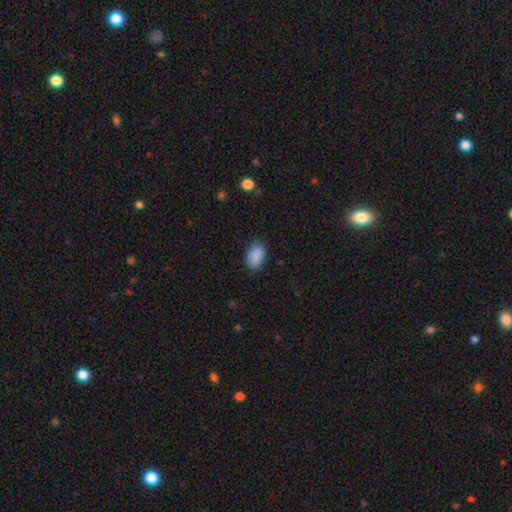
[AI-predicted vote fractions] Smooth or featured?
  - smooth: 90% *
  - star or artifact: 7%
  - featured or disk: 3%
How rounded?
  - in between: 89% *
  - round: 9%
  - cigar-shaped: 1%
Merging?
  - none: 85% *
  - minor disturbance: 12%
  - major disturbance: 3%
  - merger: 1%